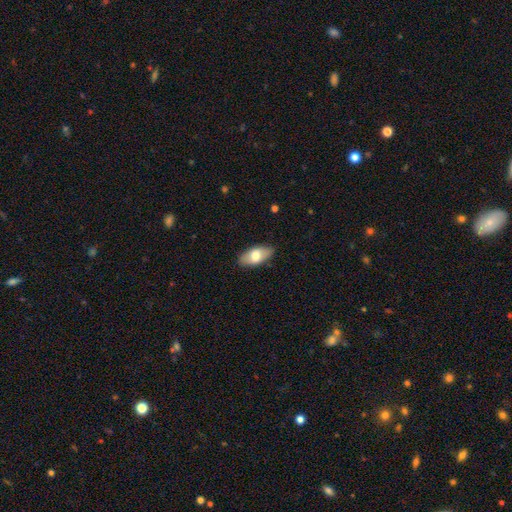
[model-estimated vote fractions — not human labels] smooth-or-featured: smooth: 70% | featured or disk: 24% | star or artifact: 6%
  how-rounded: in between: 91% | cigar-shaped: 5% | round: 3%
  merging: none: 86% | minor disturbance: 11% | major disturbance: 2% | merger: 1%